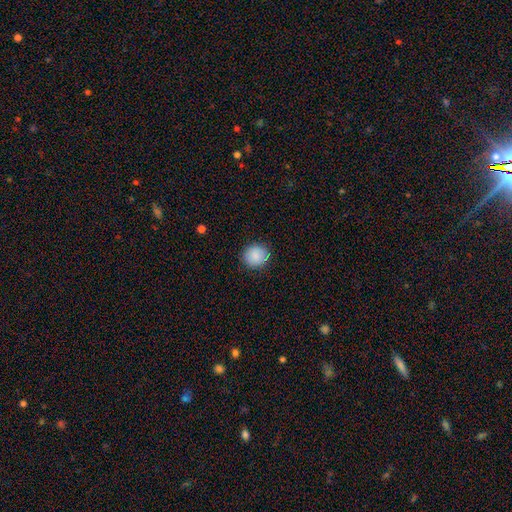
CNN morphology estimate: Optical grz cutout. It shows a smooth galaxy with no disk features (88%) that is round (83%). Merging: none (89%).